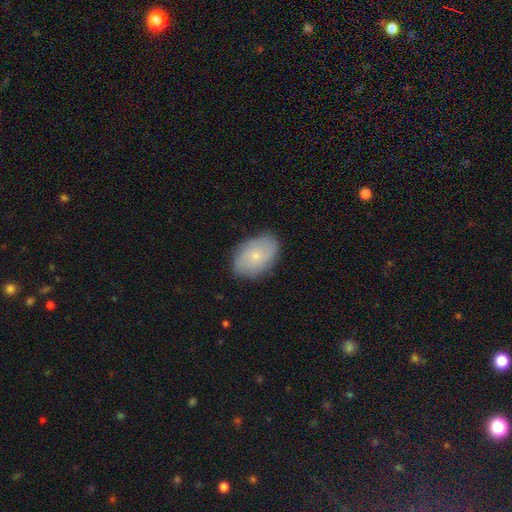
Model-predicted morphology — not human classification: Smooth or featured? Predicted: smooth (p=0.60). How rounded? Predicted: in between (p=0.86). Merging? Predicted: none (p=0.81).